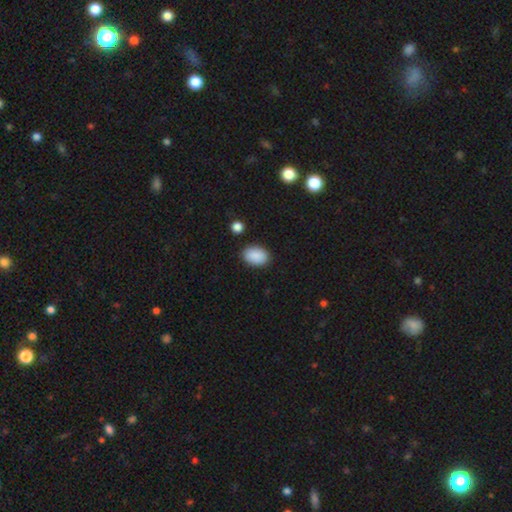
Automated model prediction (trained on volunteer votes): Smooth or featured? smooth (90%)
How rounded? in between (84%)
Merging? none (87%)